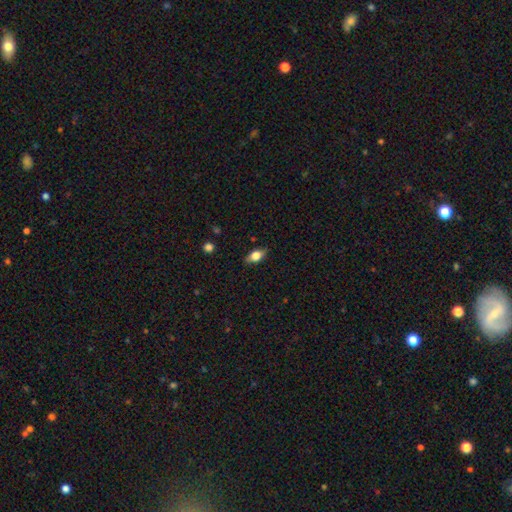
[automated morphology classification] type=smooth (68%); roundness=in between (82%); merging=none (82%).